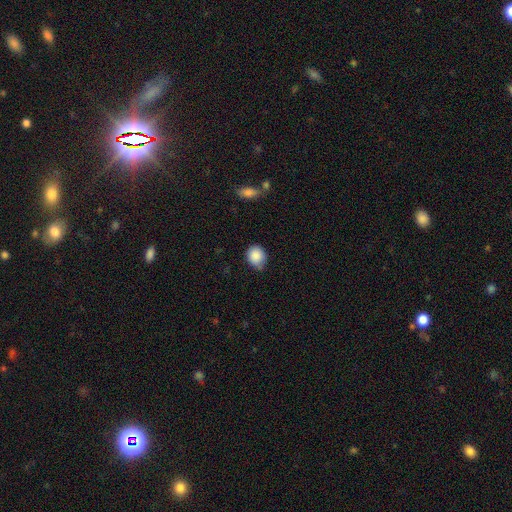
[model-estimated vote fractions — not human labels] This is clearly a smooth galaxy (88%). How rounded: likely round (69%). Merging: likely none (70%).